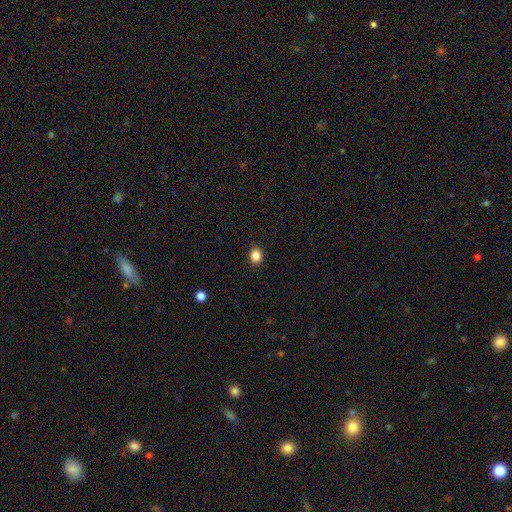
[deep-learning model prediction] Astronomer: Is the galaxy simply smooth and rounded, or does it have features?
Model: smooth — 86%.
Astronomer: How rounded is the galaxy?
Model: round — 68%.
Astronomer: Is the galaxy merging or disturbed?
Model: none — 91%.